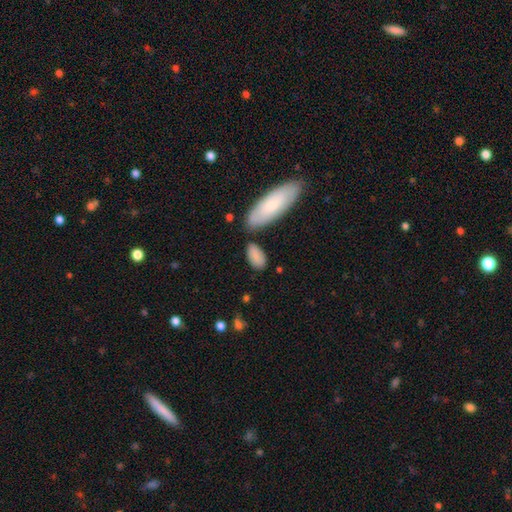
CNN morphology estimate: Smooth or featured? Predicted: smooth (p=0.85). How rounded? Predicted: in between (p=0.90). Merging? Predicted: none (p=0.65).